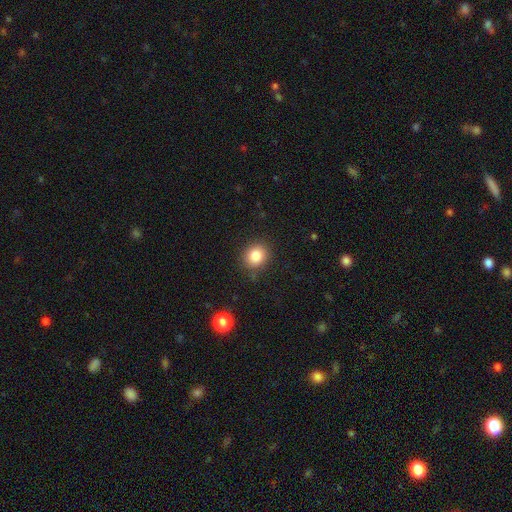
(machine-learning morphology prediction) Smooth or featured?
  - smooth: 83% *
  - star or artifact: 11%
  - featured or disk: 6%
How rounded?
  - round: 80% *
  - in between: 19%
  - cigar-shaped: 1%
Merging?
  - none: 86% *
  - minor disturbance: 9%
  - major disturbance: 3%
  - merger: 2%